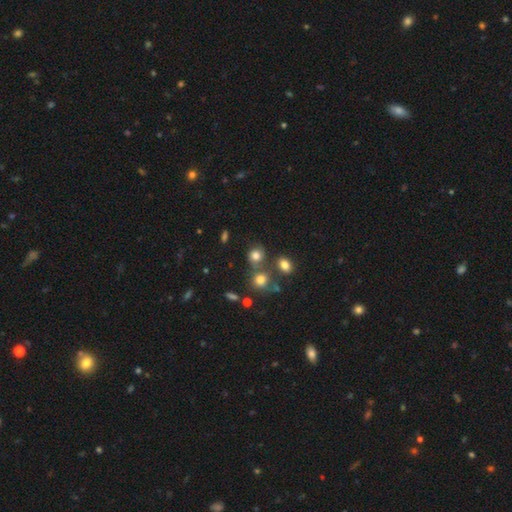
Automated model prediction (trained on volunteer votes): smooth 77%, star or artifact 14%, featured or disk 9%. Down the decision tree: how rounded — round (77%); merging — none (60%).